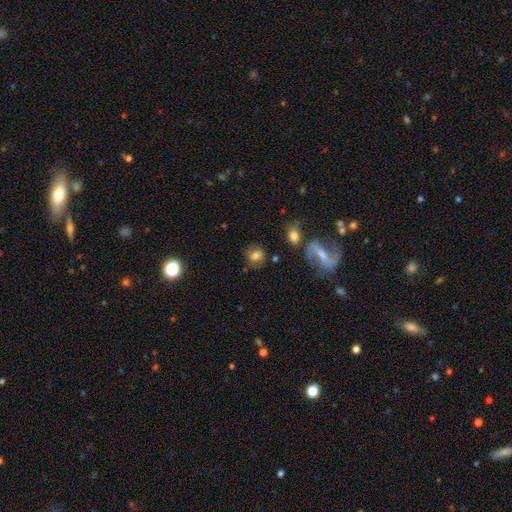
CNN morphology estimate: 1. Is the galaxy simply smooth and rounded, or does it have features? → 65% smooth, 22% featured or disk, 13% star or artifact.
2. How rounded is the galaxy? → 60% round, 38% in between, 2% cigar-shaped.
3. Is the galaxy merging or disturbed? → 67% none, 18% minor disturbance, 9% major disturbance, 6% merger.